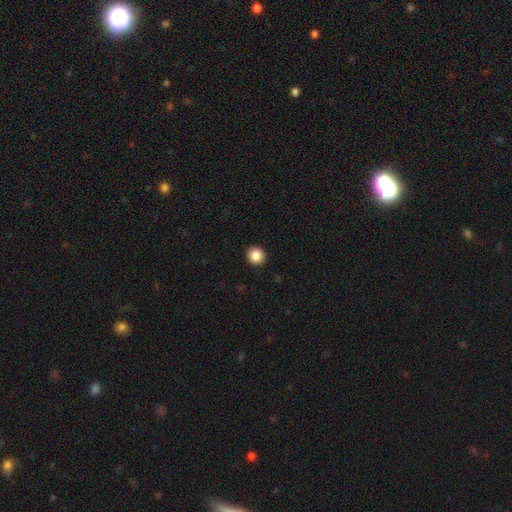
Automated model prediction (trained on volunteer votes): A smooth galaxy with no disk features (88%) that is round (89%).

Vote fractions:
- Smooth or featured? smooth: 88% / star or artifact: 9% / featured or disk: 3%
- How rounded? round: 89% / in between: 10% / cigar-shaped: 1%
- Merging? none: 92% / minor disturbance: 5% / major disturbance: 2% / merger: 1%